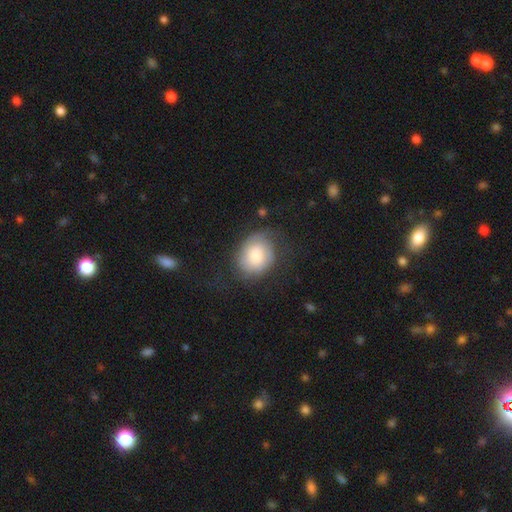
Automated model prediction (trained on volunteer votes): Smooth or featured: smooth — 66% (featured or disk — 27%)
How rounded: round — 55% (in between — 44%)
Merging: none — 55% (minor disturbance — 25%)